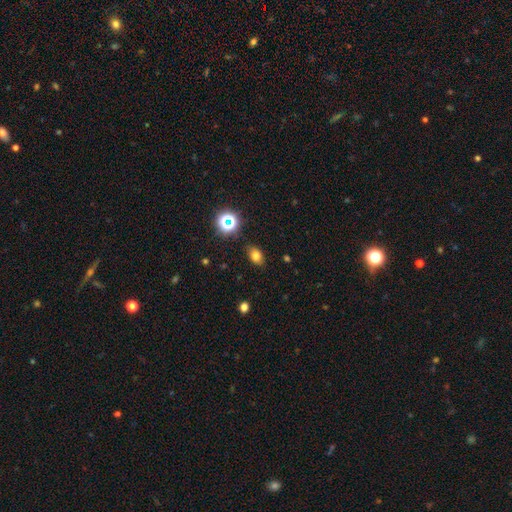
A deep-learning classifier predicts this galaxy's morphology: Smooth or featured? smooth (75%)
How rounded? in between (78%)
Merging? none (84%)